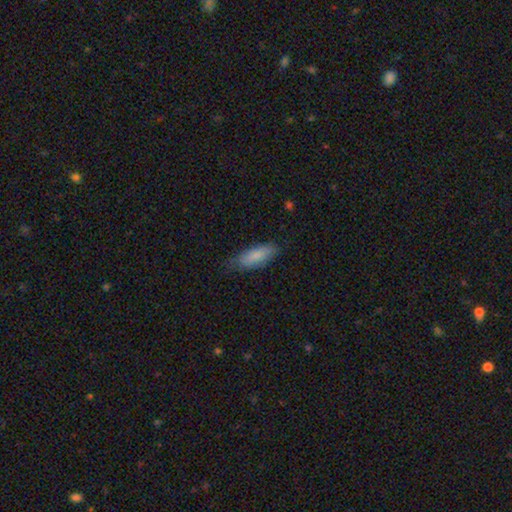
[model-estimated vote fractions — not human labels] This is clearly a smooth galaxy (84%). How rounded: likely in between (63%). Merging: likely none (74%).